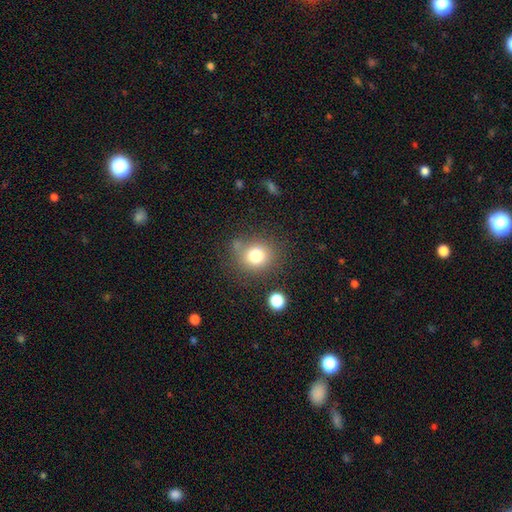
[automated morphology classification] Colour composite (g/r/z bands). It shows a smooth galaxy with no disk features (77%) that is round (81%). Merging: none (69%).